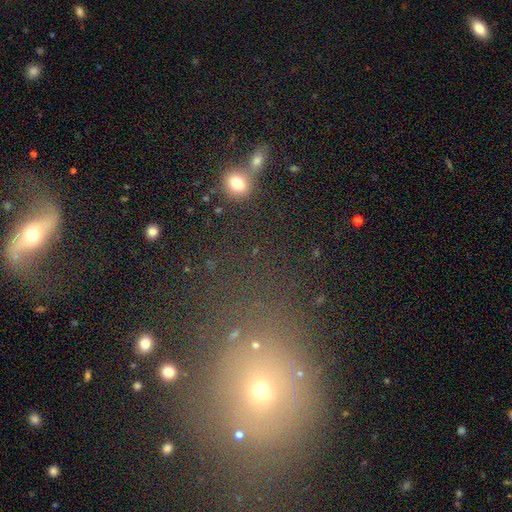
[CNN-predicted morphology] smooth-or-featured: smooth: 41% | star or artifact: 40% | featured or disk: 19%
  merging: none: 65% | merger: 13% | minor disturbance: 13% | major disturbance: 9%